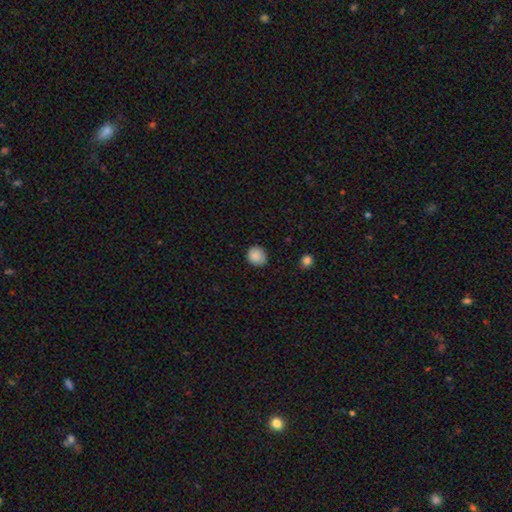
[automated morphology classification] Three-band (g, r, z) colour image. It shows a smooth galaxy with no disk features (88%) that is round (77%). Merging: none (79%).